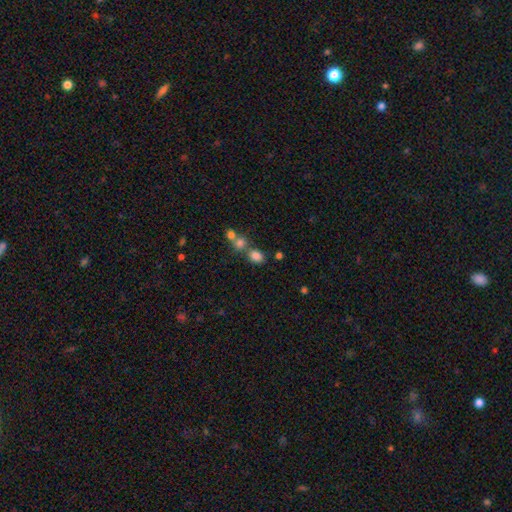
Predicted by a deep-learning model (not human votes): This is likely a smooth galaxy (79%). How rounded: possibly in between (52%). Merging: possibly none (56%).